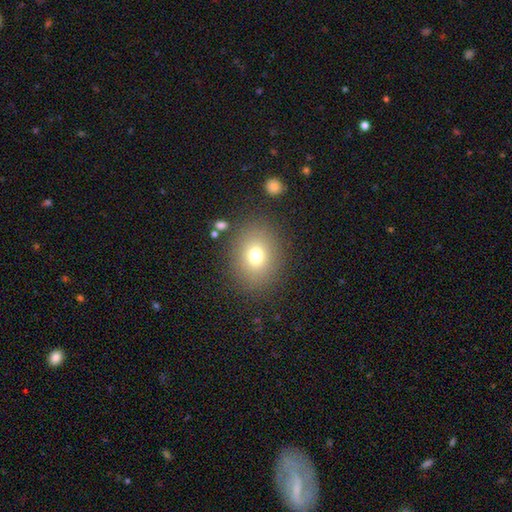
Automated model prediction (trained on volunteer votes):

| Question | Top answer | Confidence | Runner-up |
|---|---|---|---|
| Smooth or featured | smooth | 74% | star or artifact (14%) |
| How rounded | round | 54% | in between (45%) |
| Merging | none | 83% | minor disturbance (9%) |